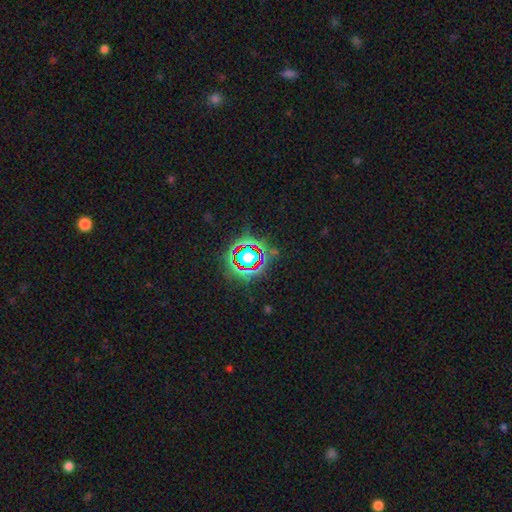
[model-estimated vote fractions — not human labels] This appears to be a star or artifact, not a galaxy (78%).